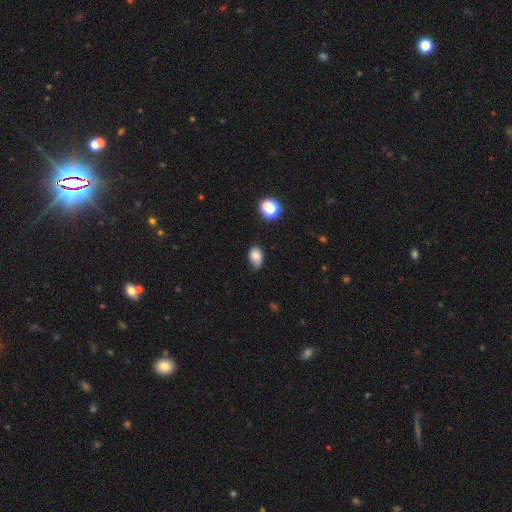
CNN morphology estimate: Smooth or featured? smooth (79%)
How rounded? in between (81%)
Merging? none (52%)